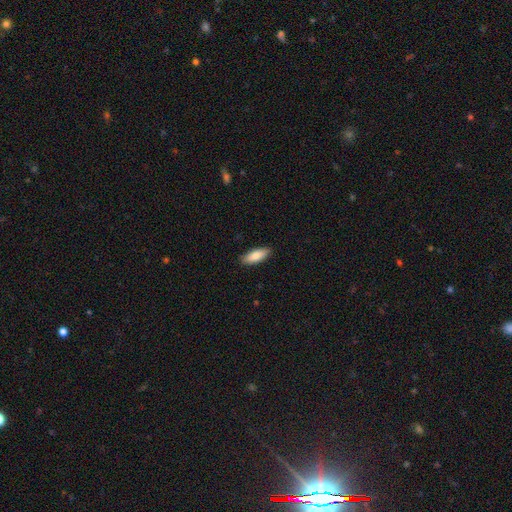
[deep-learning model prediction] Smooth or featured? smooth (85%)
How rounded? in between (70%)
Merging? none (88%)